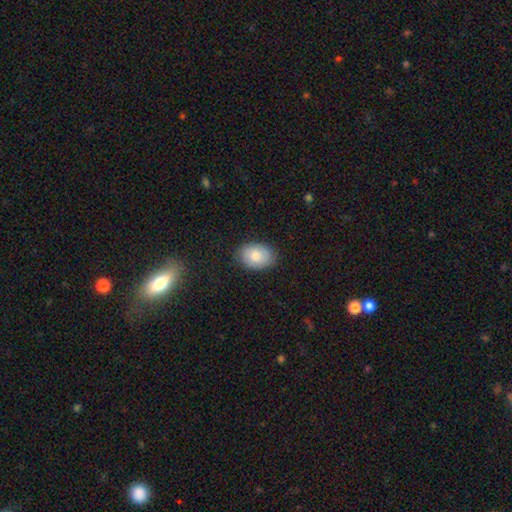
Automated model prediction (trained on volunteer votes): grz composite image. It shows a smooth galaxy with no disk features (79%) that is in between round and cigar-shaped (74%). Merging: none (84%).